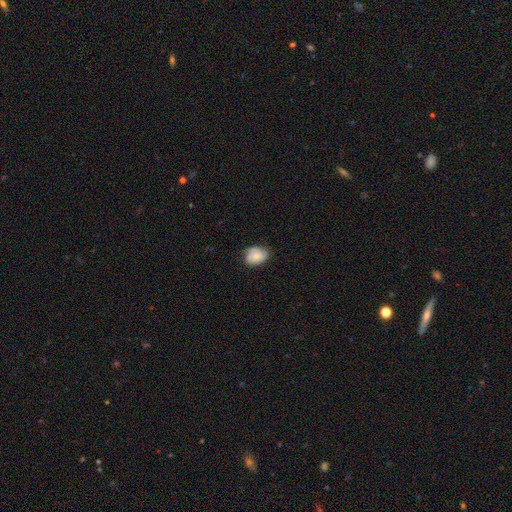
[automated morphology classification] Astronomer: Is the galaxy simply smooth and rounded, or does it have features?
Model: smooth — 61%.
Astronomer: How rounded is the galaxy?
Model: in between — 67%.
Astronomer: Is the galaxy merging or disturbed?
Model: none — 60%.